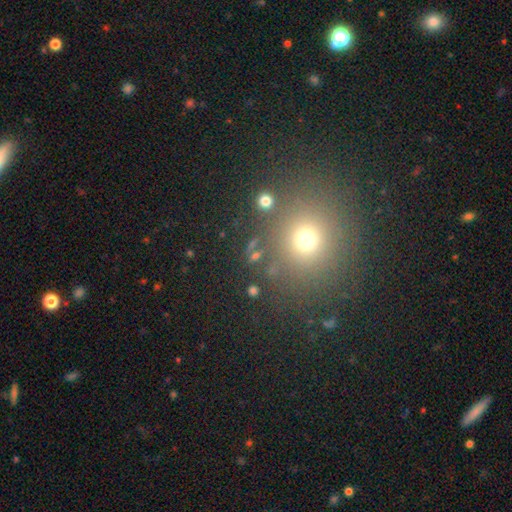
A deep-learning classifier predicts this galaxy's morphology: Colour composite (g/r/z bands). It shows a smooth galaxy with no disk features (59%) that is round (83%). Merging: none (80%).